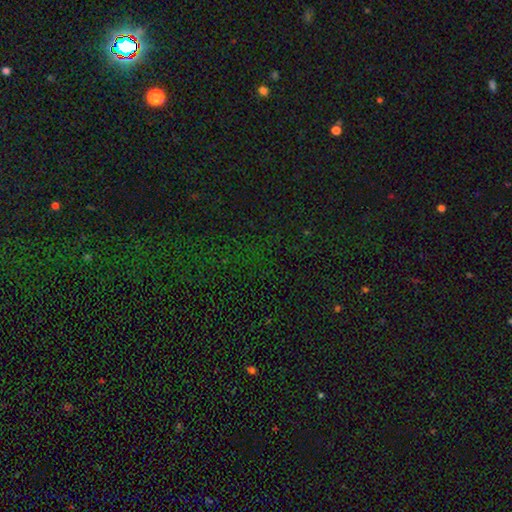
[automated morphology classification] star or artifact 78%, smooth 15%, featured or disk 8%.